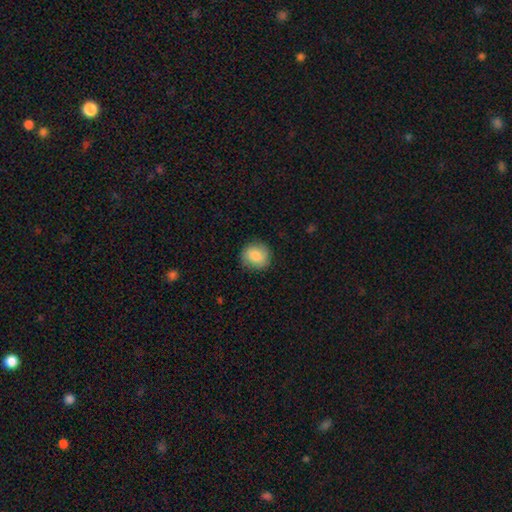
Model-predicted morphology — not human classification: Smooth or featured? Predicted: smooth (p=0.83). How rounded? Predicted: round (p=0.88). Merging? Predicted: none (p=0.85).